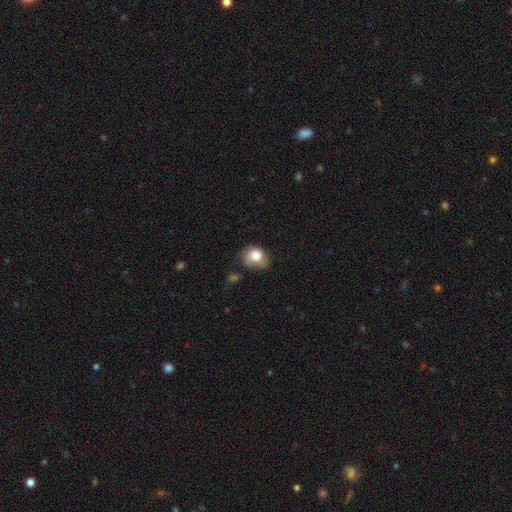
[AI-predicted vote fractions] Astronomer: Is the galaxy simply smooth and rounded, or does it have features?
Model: smooth — 74%.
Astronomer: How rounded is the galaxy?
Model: round — 54% (runner-up: in between, 45%).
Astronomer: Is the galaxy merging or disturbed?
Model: none — 47% (runner-up: minor disturbance, 35%).